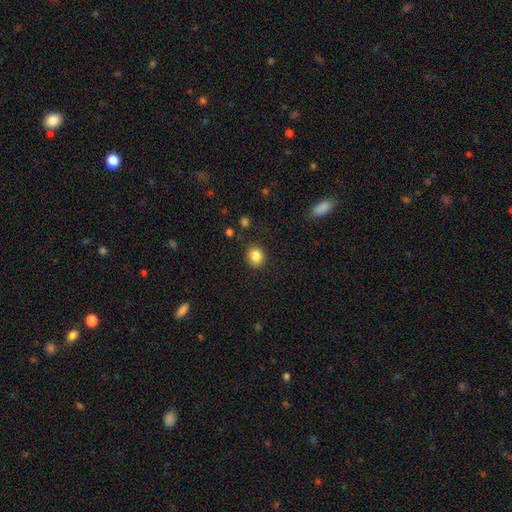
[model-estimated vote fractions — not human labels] Q: Smooth or featured?
A: smooth (85%); runner-up: star or artifact (10%)
Q: How rounded?
A: round (71%); runner-up: in between (28%)
Q: Merging?
A: none (83%); runner-up: minor disturbance (11%)